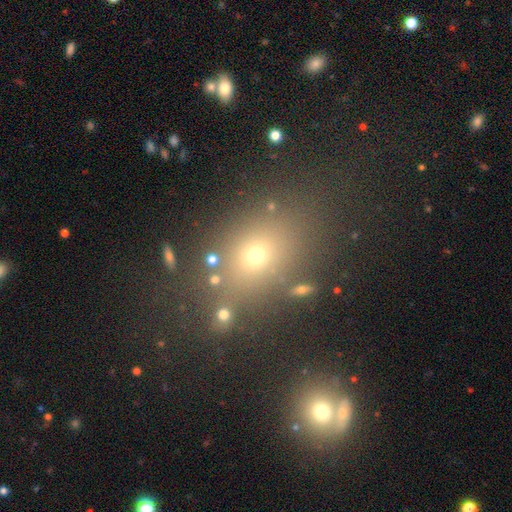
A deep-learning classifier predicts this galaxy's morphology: Smooth or featured? smooth (61%)
How rounded? in between (61%)
Merging? none (77%)